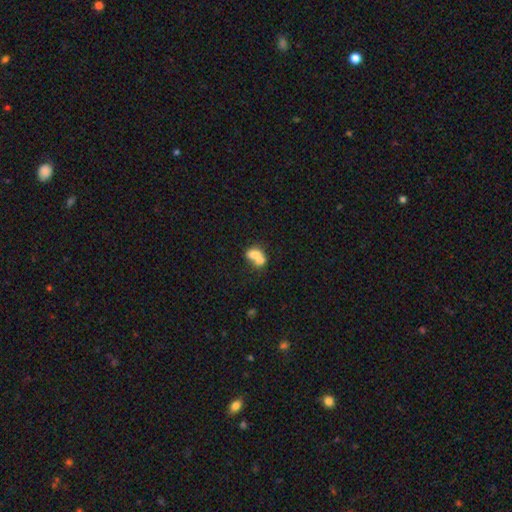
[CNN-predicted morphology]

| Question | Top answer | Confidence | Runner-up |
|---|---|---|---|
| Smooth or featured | smooth | 69% | featured or disk (22%) |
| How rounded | in between | 69% | round (30%) |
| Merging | merger | 68% | none (19%) |